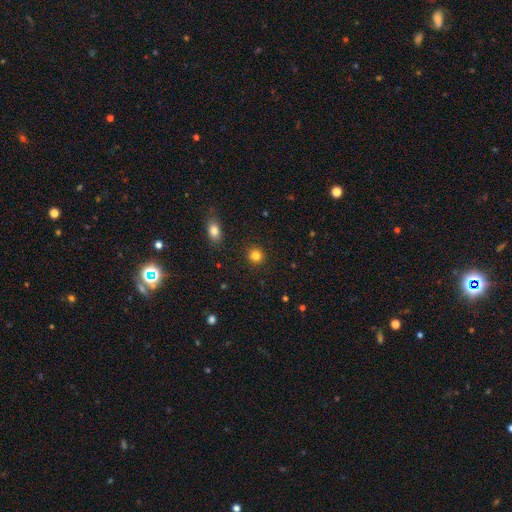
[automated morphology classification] smooth_or_featured: smooth (p=0.84) [alt: star or artifact p=0.12]
how_rounded: round (p=0.90) [alt: in between p=0.09]
merging: none (p=0.91) [alt: minor disturbance p=0.06]